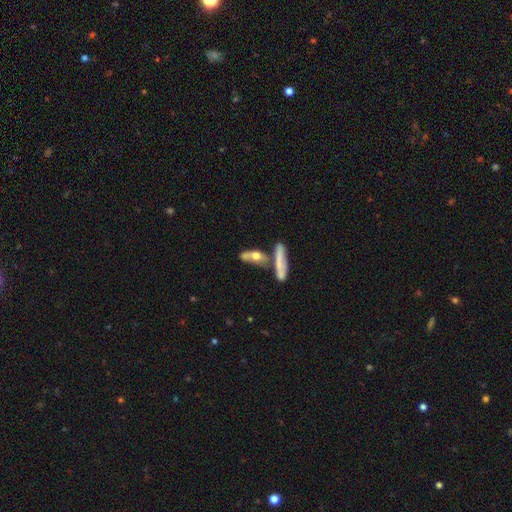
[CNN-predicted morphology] Smooth or featured: smooth — 49% (featured or disk — 43%)
Merging: none — 43% (merger — 31%)